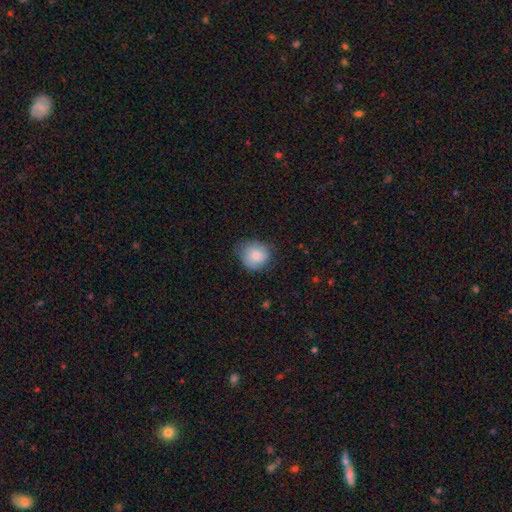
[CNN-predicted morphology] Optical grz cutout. It shows a smooth galaxy with no disk features (78%) that is round (84%). Merging: none (71%).